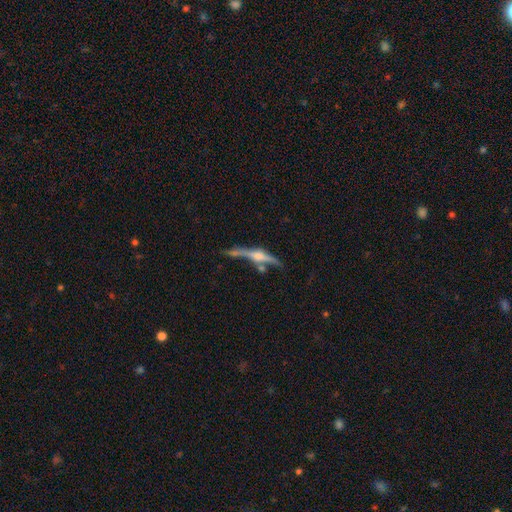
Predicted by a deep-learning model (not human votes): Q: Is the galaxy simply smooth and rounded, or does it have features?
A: featured or disk — 74%.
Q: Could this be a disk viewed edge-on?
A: yes — 93%.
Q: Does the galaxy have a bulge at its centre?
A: rounded — 85%.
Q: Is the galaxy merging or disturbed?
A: none — 55%.